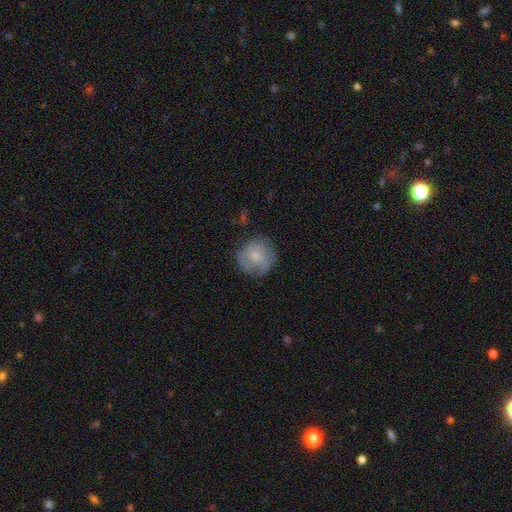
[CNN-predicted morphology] Smooth or featured? smooth (60%)
How rounded? round (90%)
Merging? none (70%)